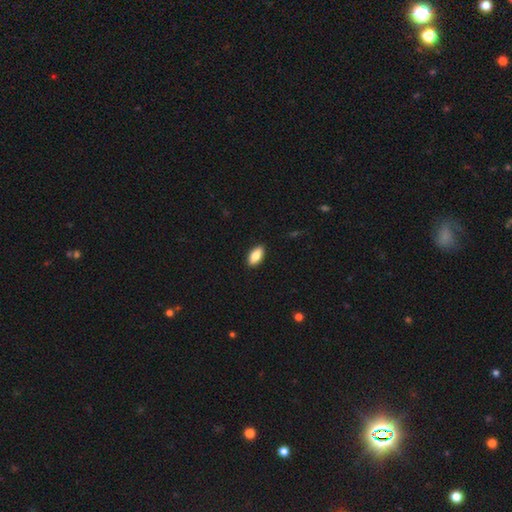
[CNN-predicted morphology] Overall: smooth (83%). How rounded: in between (89%). Merging: none (90%).